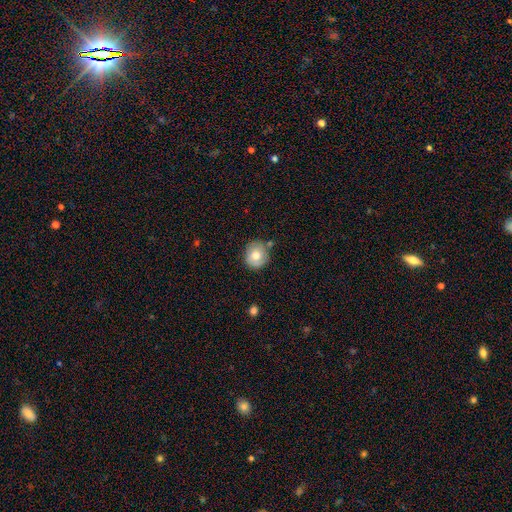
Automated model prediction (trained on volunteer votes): Morphology: type=smooth (73%); roundness=round (82%); merging=none (76%).